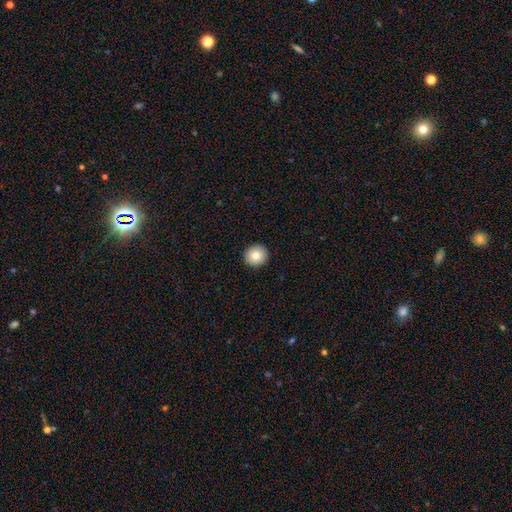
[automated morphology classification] The model was most divided on "smooth or featured": smooth: 84%, star or artifact: 9%, featured or disk: 7%. More confident: merging — none (93%); how rounded — round (92%).